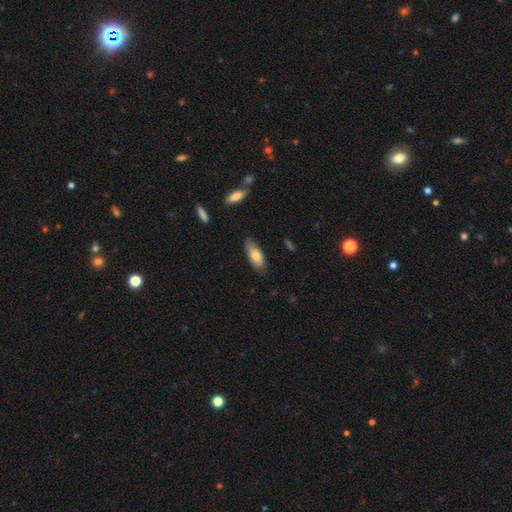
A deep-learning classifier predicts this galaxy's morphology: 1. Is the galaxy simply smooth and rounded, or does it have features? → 77% smooth, 17% featured or disk, 6% star or artifact.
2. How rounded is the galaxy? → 73% in between, 25% cigar-shaped, 2% round.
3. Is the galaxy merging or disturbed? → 73% none, 22% minor disturbance, 3% major disturbance, 2% merger.